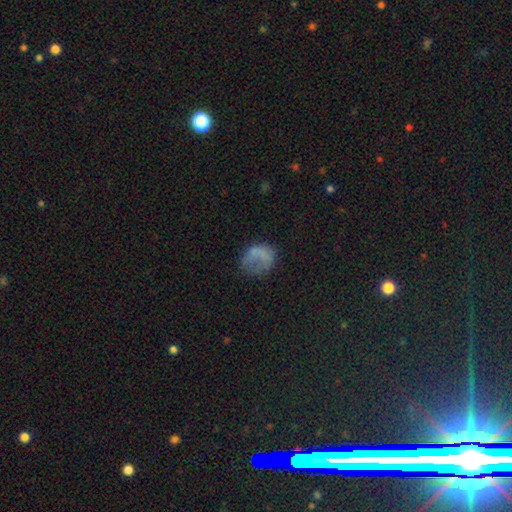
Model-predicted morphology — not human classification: Smooth or featured? smooth (61%)
How rounded? round (50%)
Merging? none (38%)